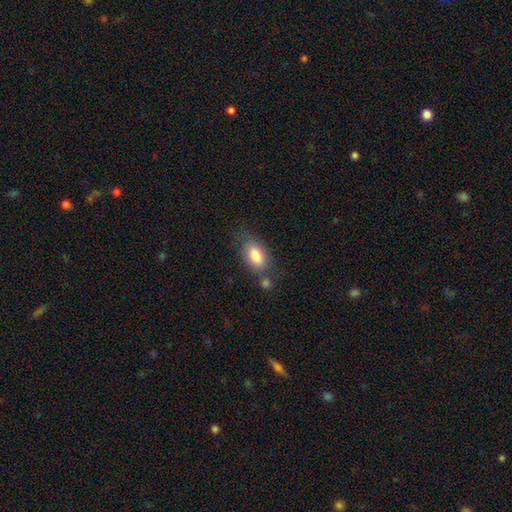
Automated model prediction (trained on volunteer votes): smooth 83%, featured or disk 10%, star or artifact 7%. Down the decision tree: how rounded — in between (90%); merging — none (61%).